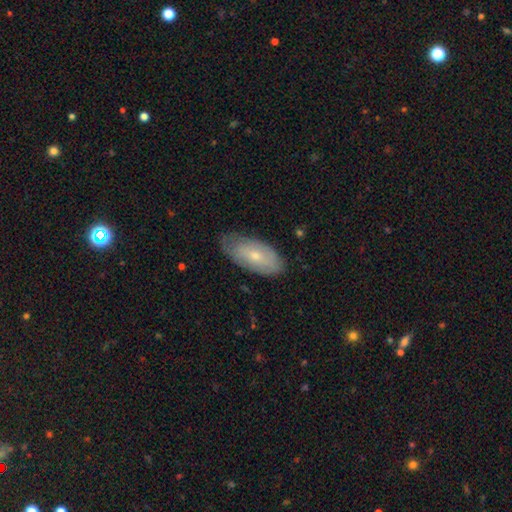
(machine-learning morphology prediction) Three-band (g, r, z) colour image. It shows a smooth galaxy with no disk features (54%) that is in between round and cigar-shaped (91%). Merging: none (68%).